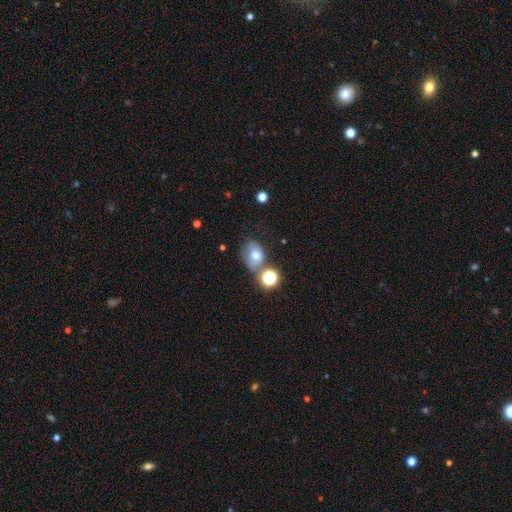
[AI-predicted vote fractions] Smooth or featured: smooth — 68% (featured or disk — 19%)
How rounded: in between — 61% (round — 37%)
Merging: none — 41% (minor disturbance — 23%)